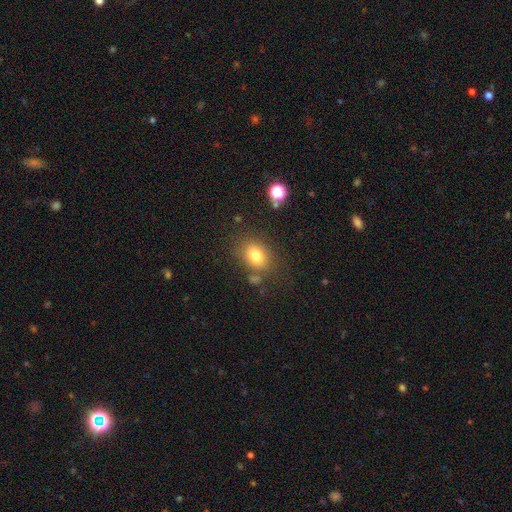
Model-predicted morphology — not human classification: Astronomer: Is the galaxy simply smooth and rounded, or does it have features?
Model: smooth — 78%.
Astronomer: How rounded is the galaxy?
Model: in between — 65%.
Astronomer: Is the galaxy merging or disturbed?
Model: none — 74%.